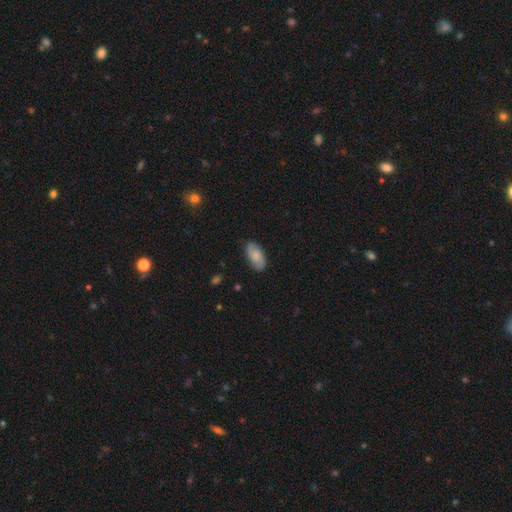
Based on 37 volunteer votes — Volunteers were most divided on "merging": none: 69%, minor disturbance: 26%, major disturbance: 6%, merger: 0%. More confident: how rounded — in between (96%); smooth or featured — smooth (73%).